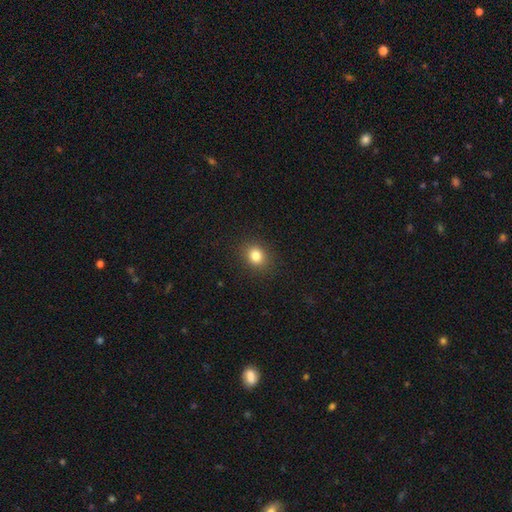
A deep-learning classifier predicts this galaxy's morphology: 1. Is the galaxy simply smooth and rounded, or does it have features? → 83% smooth, 12% star or artifact, 6% featured or disk.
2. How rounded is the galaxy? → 65% round, 34% in between, 1% cigar-shaped.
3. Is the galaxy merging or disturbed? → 89% none, 7% minor disturbance, 2% major disturbance, 1% merger.